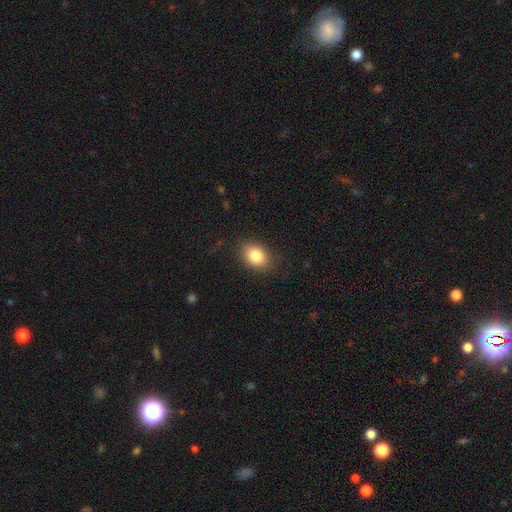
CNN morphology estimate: The model was most divided on "how rounded": in between: 76%, round: 23%, cigar-shaped: 1%. More confident: merging — none (85%); smooth or featured — smooth (84%).